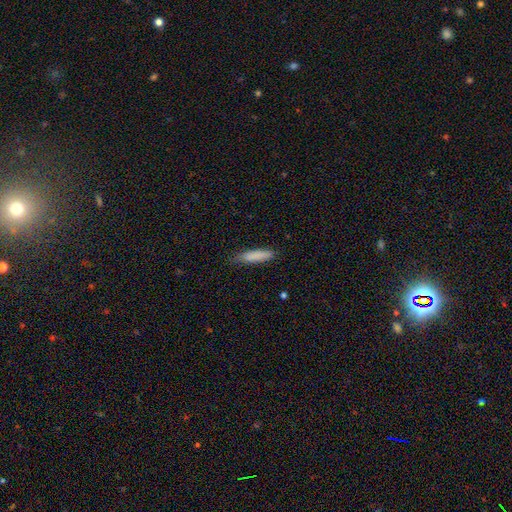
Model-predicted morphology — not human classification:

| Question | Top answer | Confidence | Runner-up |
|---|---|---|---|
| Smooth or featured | smooth | 84% | featured or disk (9%) |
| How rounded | cigar-shaped | 83% | in between (16%) |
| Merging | none | 79% | minor disturbance (17%) |